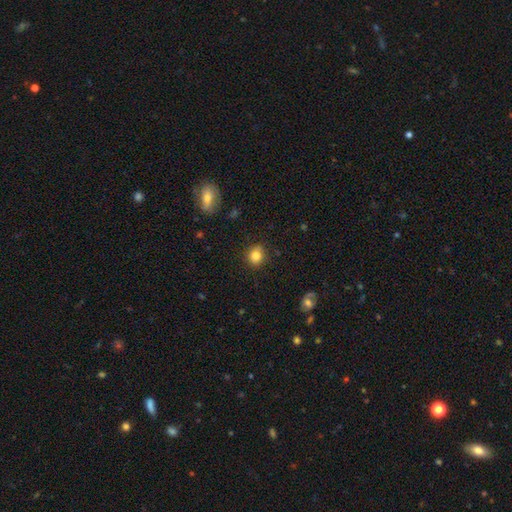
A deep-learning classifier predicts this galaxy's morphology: type=smooth (82%); roundness=round (79%); merging=none (84%).